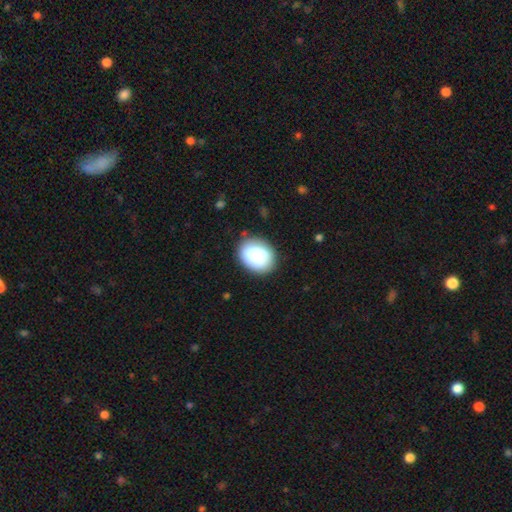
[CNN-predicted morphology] smooth_or_featured: smooth (p=0.82) [alt: featured or disk p=0.11]
how_rounded: in between (p=0.55) [alt: round p=0.44]
merging: none (p=0.79) [alt: minor disturbance p=0.14]